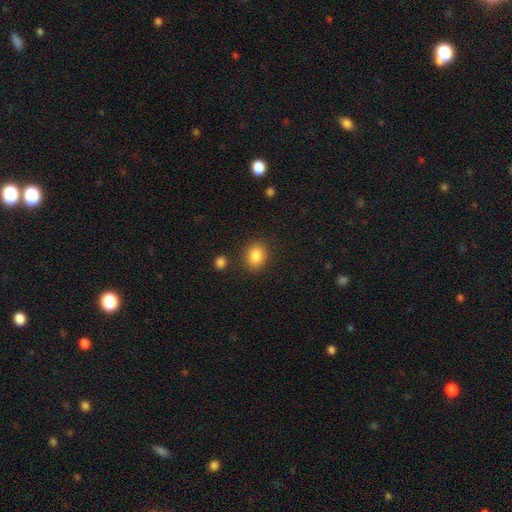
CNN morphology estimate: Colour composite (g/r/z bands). It shows a smooth galaxy with no disk features (86%) that is round (54%). Merging: none (85%).